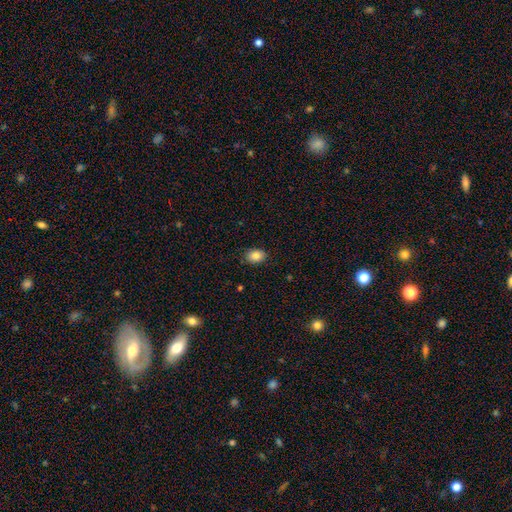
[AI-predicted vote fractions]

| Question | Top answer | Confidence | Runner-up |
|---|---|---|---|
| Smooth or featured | smooth | 85% | star or artifact (8%) |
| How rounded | in between | 71% | round (28%) |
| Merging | none | 88% | minor disturbance (9%) |